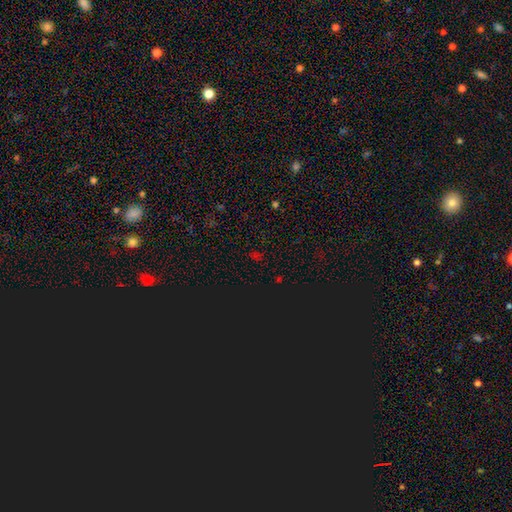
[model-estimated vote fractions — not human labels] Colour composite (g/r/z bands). It shows a star or artifact, not a galaxy (68%).